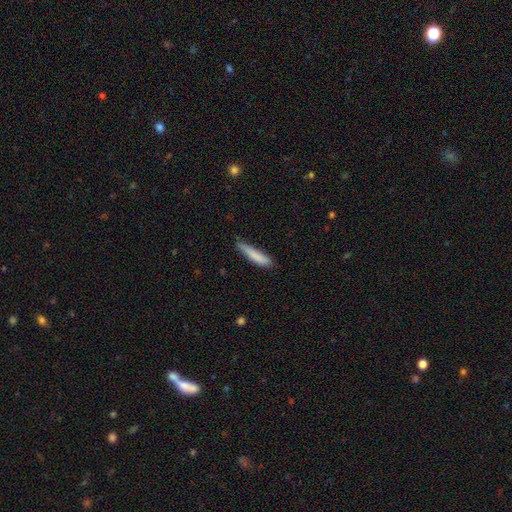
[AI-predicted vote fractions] Q: Smooth or featured?
A: smooth (83%); runner-up: featured or disk (11%)
Q: How rounded?
A: cigar-shaped (87%); runner-up: in between (12%)
Q: Merging?
A: none (66%); runner-up: minor disturbance (28%)